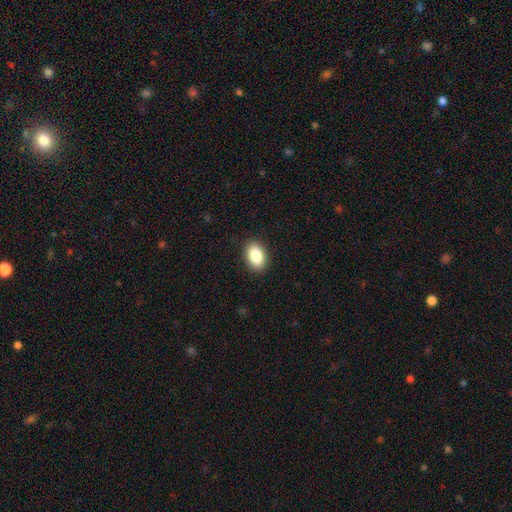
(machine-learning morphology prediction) Smooth or featured? Predicted: smooth (p=0.87). How rounded? Predicted: in between (p=0.88). Merging? Predicted: none (p=0.90).